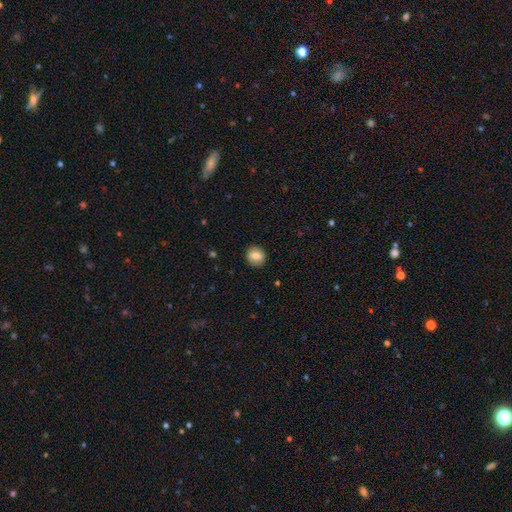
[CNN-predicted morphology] Overall: smooth (79%). How rounded: round (79%). Merging: none (88%).